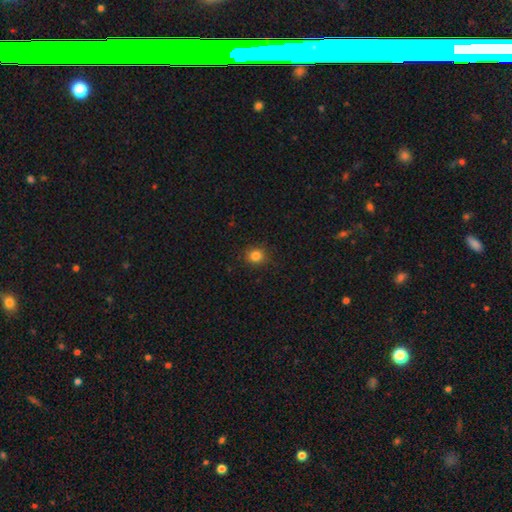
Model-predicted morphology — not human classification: This is clearly a smooth galaxy (83%). How rounded: clearly round (80%). Merging: clearly none (88%).